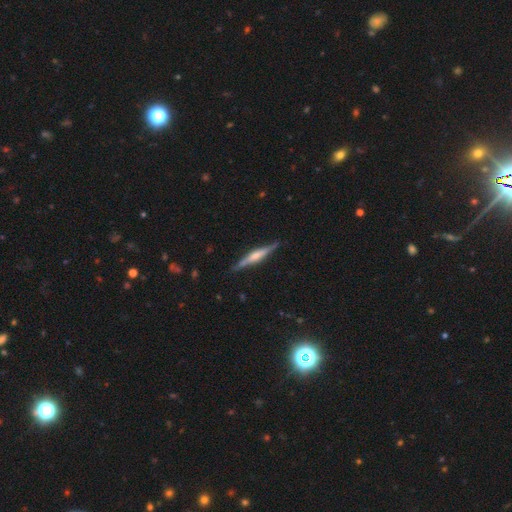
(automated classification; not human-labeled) featured or disk 67%, smooth 28%, star or artifact 6%. Down the decision tree: edge-on disk — yes (97%); edge-on bulge — rounded (51%); merging — none (86%).